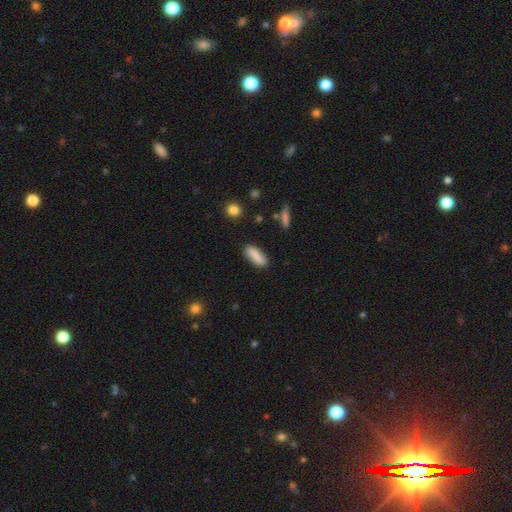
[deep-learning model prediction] smooth-or-featured: smooth: 84% | featured or disk: 9% | star or artifact: 7%
  how-rounded: in between: 57% | cigar-shaped: 41% | round: 2%
  merging: none: 82% | minor disturbance: 13% | major disturbance: 3% | merger: 3%